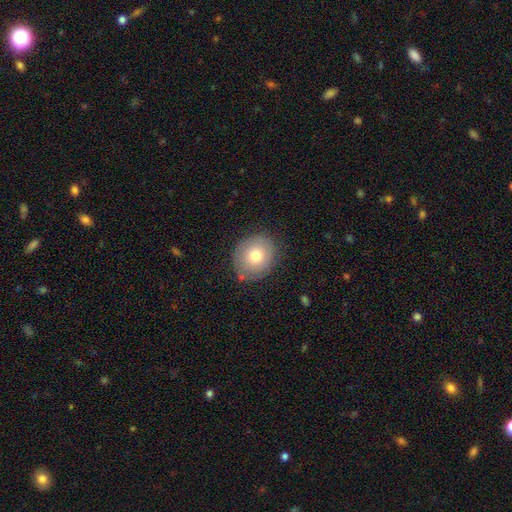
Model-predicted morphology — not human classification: smooth 72%, featured or disk 18%, star or artifact 9%. Down the decision tree: how rounded — round (71%); merging — none (80%).